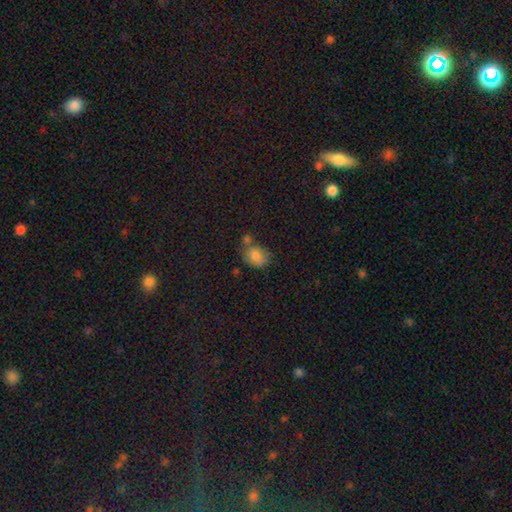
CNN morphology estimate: A smooth galaxy with no disk features (80%) that is in between round and cigar-shaped (62%).

Vote fractions:
- Smooth or featured? smooth: 80% / featured or disk: 10% / star or artifact: 10%
- How rounded? in between: 62% / round: 37% / cigar-shaped: 1%
- Merging? none: 47% / merger: 23% / minor disturbance: 22% / major disturbance: 8%